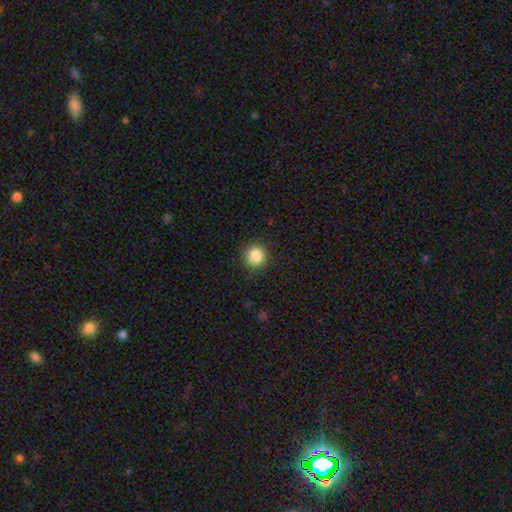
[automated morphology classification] Smooth or featured?
  - smooth: 86% *
  - star or artifact: 10%
  - featured or disk: 4%
How rounded?
  - round: 94% *
  - in between: 5%
  - cigar-shaped: 1%
Merging?
  - none: 90% *
  - minor disturbance: 7%
  - major disturbance: 2%
  - merger: 1%